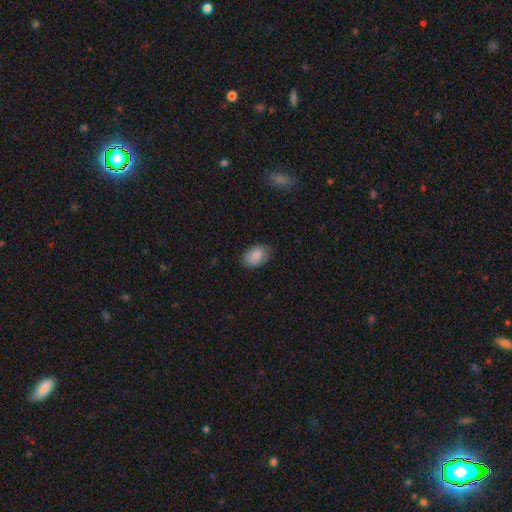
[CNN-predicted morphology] This appears to be a smooth galaxy with no disk features (88%) that is in between round and cigar-shaped (90%). Merging: none (80%).